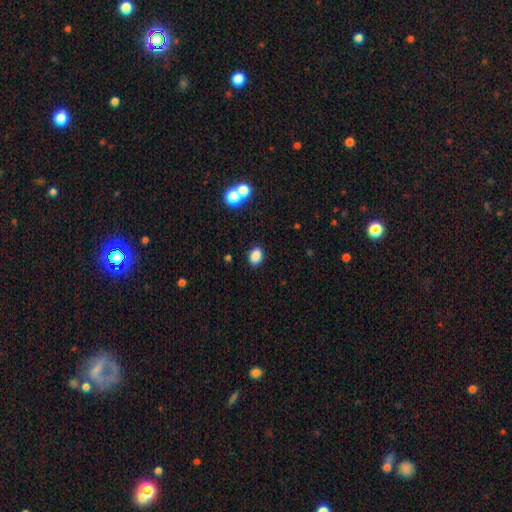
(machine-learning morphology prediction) Smooth or featured? Predicted: smooth (p=0.86). How rounded? Predicted: in between (p=0.68). Merging? Predicted: none (p=0.86).